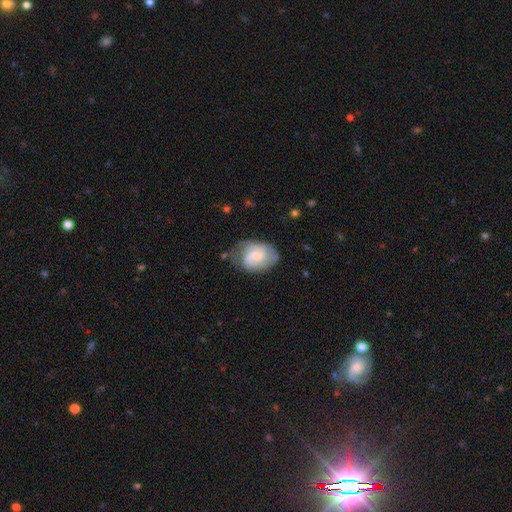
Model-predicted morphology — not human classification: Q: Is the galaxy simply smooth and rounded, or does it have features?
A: featured or disk — 57%.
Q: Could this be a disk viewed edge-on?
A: no — 97%.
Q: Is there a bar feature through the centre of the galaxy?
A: no — 54%.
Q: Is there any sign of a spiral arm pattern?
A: yes — 86%.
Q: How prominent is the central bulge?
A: small — 54%.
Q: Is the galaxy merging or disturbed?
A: none — 57%.